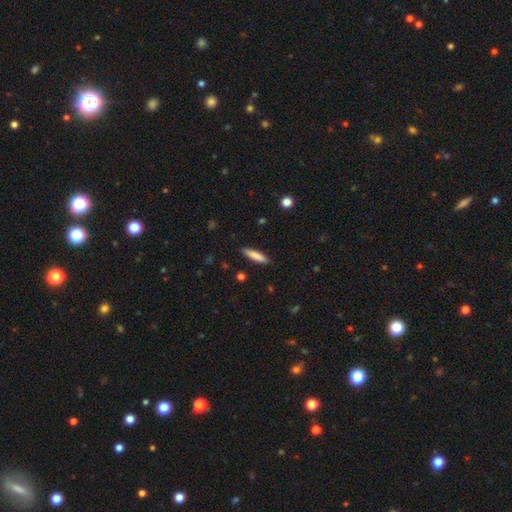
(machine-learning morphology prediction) type=smooth (82%); roundness=cigar-shaped (82%); merging=none (88%).